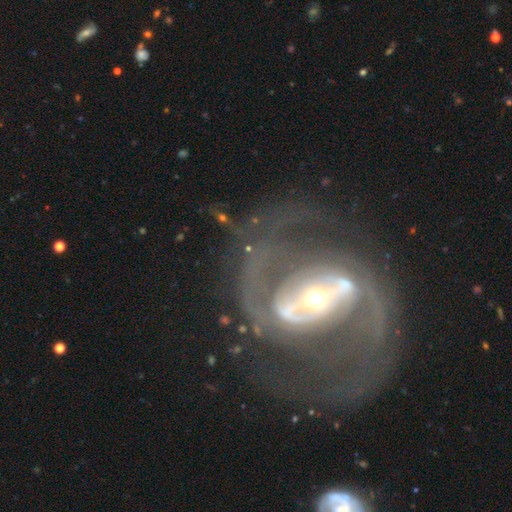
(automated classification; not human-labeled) Smooth or featured? featured or disk (89%)
Edge-on disk? no (97%)
Bar? strong (50%)
Spiral arms? yes (92%)
Spiral winding? medium (54%)
Spiral arm count? 2 (90%)
Bulge size? small (46%)
Merging? none (62%)